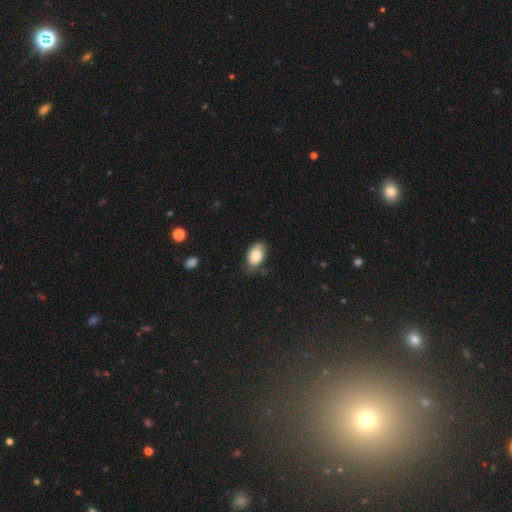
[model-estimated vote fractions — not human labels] Smooth or featured?
  - smooth: 82% *
  - featured or disk: 11%
  - star or artifact: 7%
How rounded?
  - in between: 91% *
  - round: 8%
  - cigar-shaped: 1%
Merging?
  - none: 61% *
  - minor disturbance: 31%
  - major disturbance: 7%
  - merger: 2%